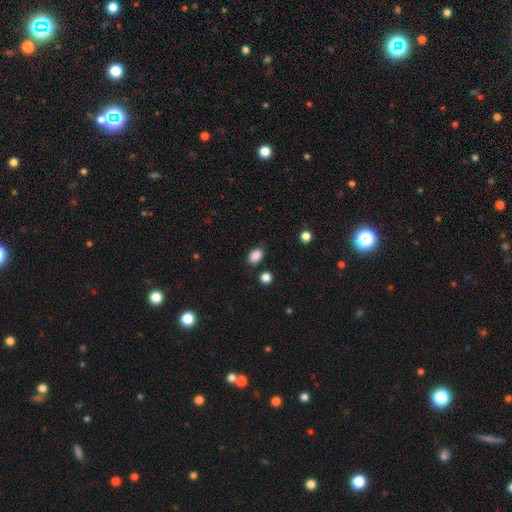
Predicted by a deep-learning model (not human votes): smooth 87%, star or artifact 9%, featured or disk 4%. Down the decision tree: how rounded — in between (84%); merging — none (82%).